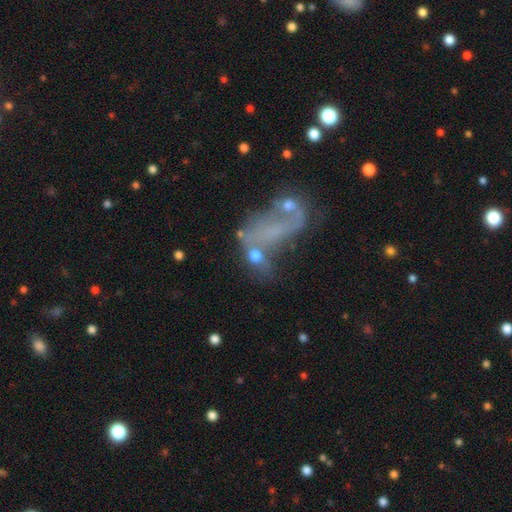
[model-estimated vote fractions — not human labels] The model was most divided on "merging": merger: 40%, none: 25%, major disturbance: 22%, minor disturbance: 13%. More confident: how rounded — in between (62%); smooth or featured — smooth (50%).